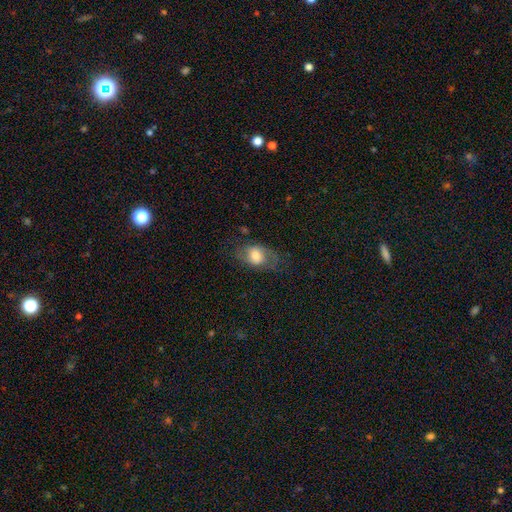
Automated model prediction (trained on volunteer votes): A smooth galaxy with no disk features (56%) that is in between round and cigar-shaped (76%).

Vote fractions:
- Smooth or featured? smooth: 56% / featured or disk: 36% / star or artifact: 8%
- How rounded? in between: 76% / round: 22% / cigar-shaped: 2%
- Merging? none: 59% / minor disturbance: 23% / major disturbance: 17% / merger: 2%